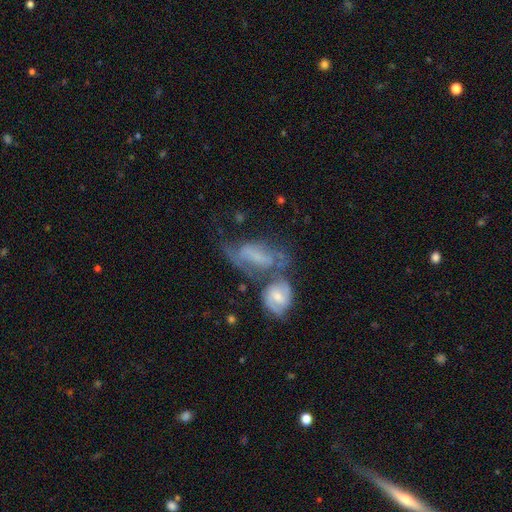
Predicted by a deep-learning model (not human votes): Smooth or featured? featured or disk (66%)
Edge-on disk? no (93%)
Bar? weak (41%)
Spiral arms? yes (80%)
Bulge size? small (43%)
Merging? merger (48%)